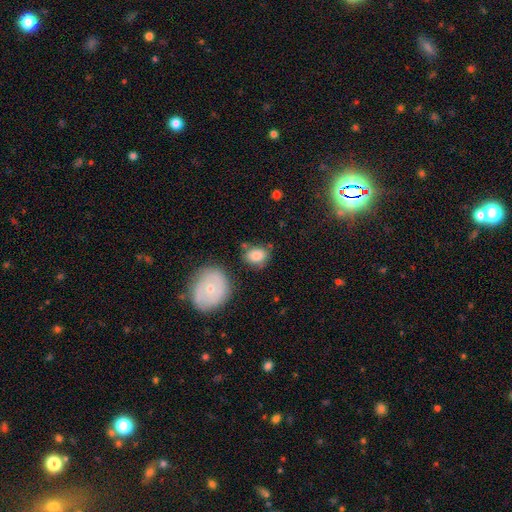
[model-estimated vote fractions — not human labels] A smooth galaxy with no disk features (81%) that is in between round and cigar-shaped (59%). Merging: none (66%).